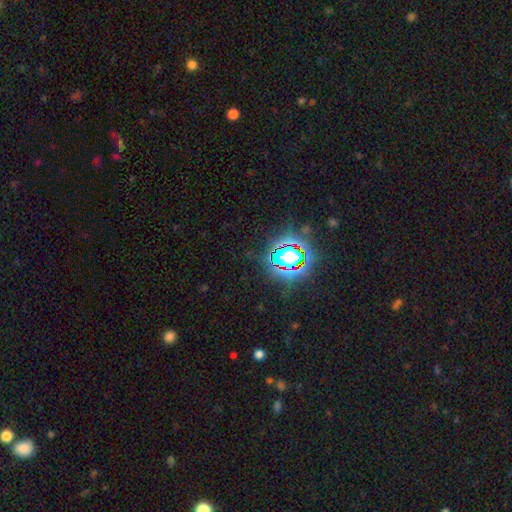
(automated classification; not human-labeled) This appears to be a star or artifact, not a galaxy (78%).